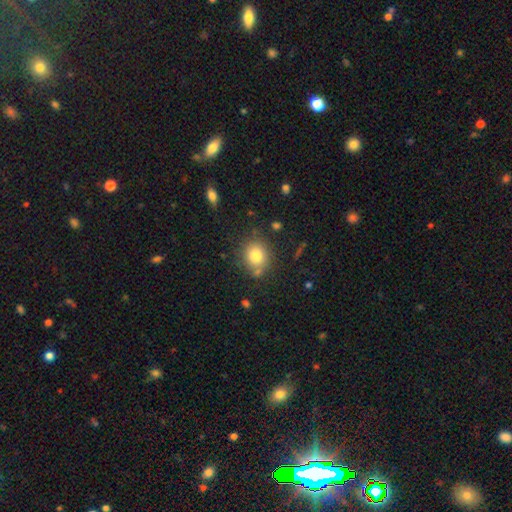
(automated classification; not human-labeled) smooth_or_featured: smooth (p=0.80) [alt: star or artifact p=0.11]
how_rounded: round (p=0.78) [alt: in between p=0.21]
merging: none (p=0.77) [alt: minor disturbance p=0.13]